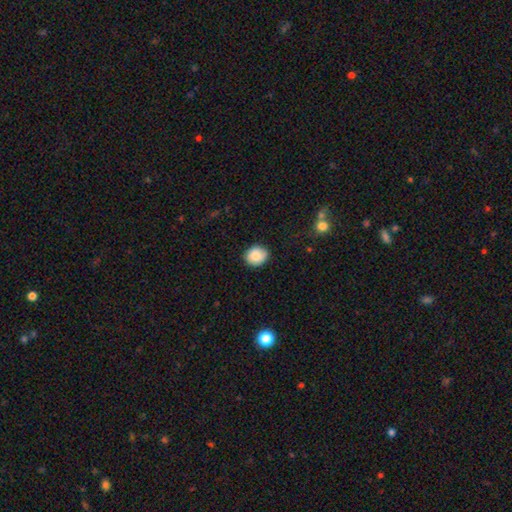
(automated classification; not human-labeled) Smooth or featured: smooth — 86% (star or artifact — 8%)
How rounded: round — 73% (in between — 26%)
Merging: none — 85% (minor disturbance — 12%)